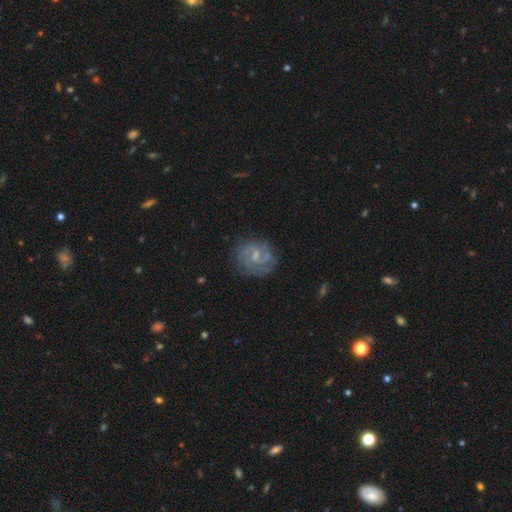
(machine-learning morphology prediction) This is likely a featured or disk galaxy (80%). It is clearly not viewed edge-on (98%). Bar: possibly weak (55%). Spiral arm pattern: clearly yes (93%). Spiral arm count: likely 2 (61%). Spiral winding: possibly tight (48%). Central bulge: likely small (61%). Merging: likely none (74%).